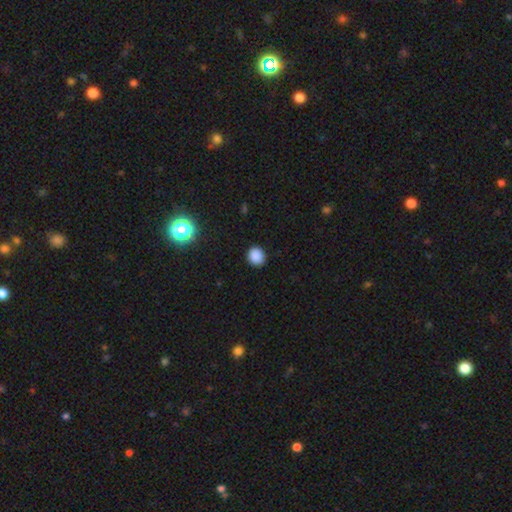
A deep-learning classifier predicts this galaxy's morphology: smooth 86%, star or artifact 11%, featured or disk 3%. Down the decision tree: how rounded — round (85%); merging — none (91%).